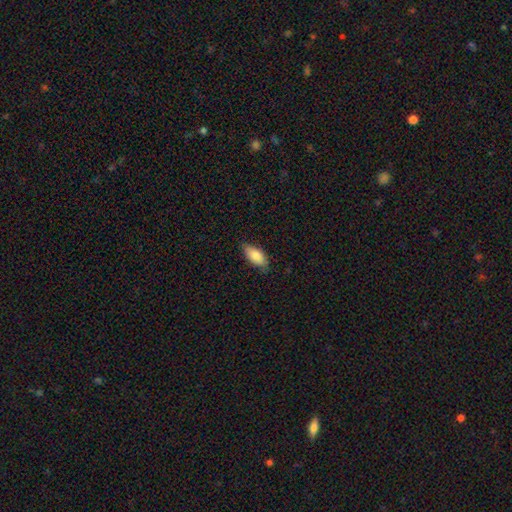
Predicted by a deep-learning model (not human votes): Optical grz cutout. It shows a smooth galaxy with no disk features (86%) that is in between round and cigar-shaped (89%). Merging: none (77%).